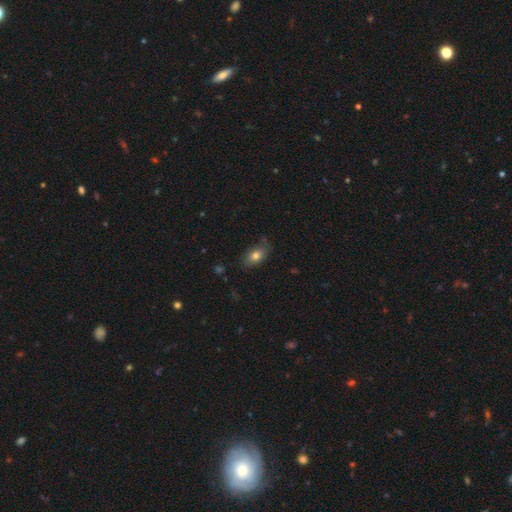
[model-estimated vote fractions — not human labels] This appears to be a smooth galaxy with no disk features (78%) that is in between round and cigar-shaped (86%). Merging: none (69%).